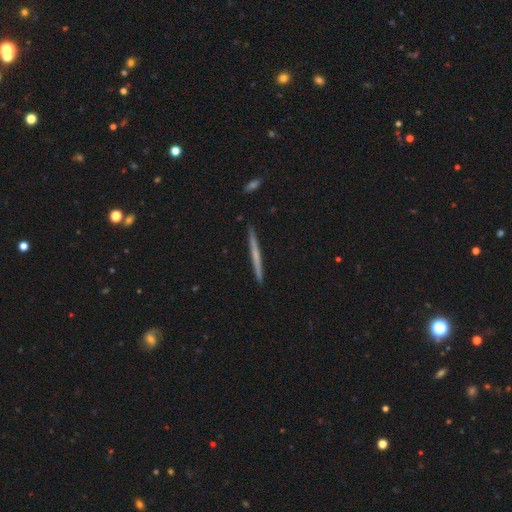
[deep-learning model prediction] Q: Smooth or featured?
A: featured or disk (52%); runner-up: smooth (43%)
Q: Edge-on disk?
A: yes (98%); runner-up: no (2%)
Q: Edge-on bulge?
A: none (78%); runner-up: rounded (17%)
Q: Merging?
A: none (92%); runner-up: minor disturbance (6%)